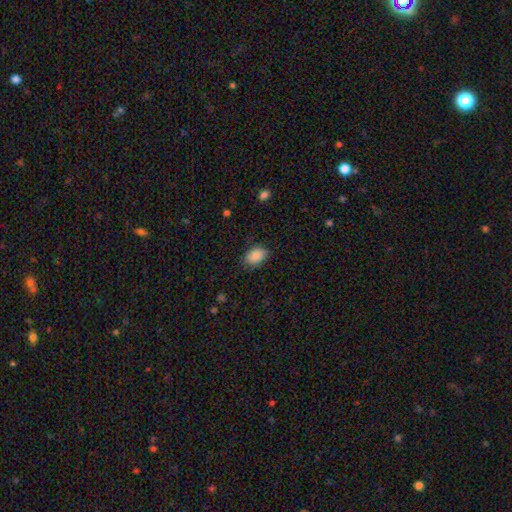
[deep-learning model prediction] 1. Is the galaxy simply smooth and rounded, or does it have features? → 87% smooth, 8% star or artifact, 5% featured or disk.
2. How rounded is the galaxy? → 83% in between, 16% round, 1% cigar-shaped.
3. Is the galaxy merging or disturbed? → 80% none, 15% minor disturbance, 3% major disturbance, 1% merger.